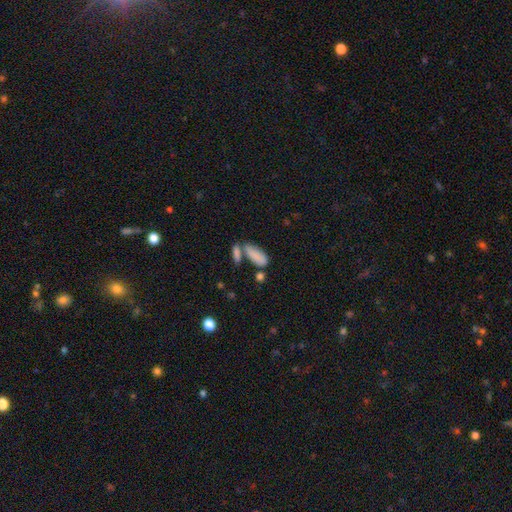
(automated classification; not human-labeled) Smooth or featured: smooth — 83% (featured or disk — 9%)
How rounded: in between — 74% (cigar-shaped — 23%)
Merging: none — 47% (merger — 33%)